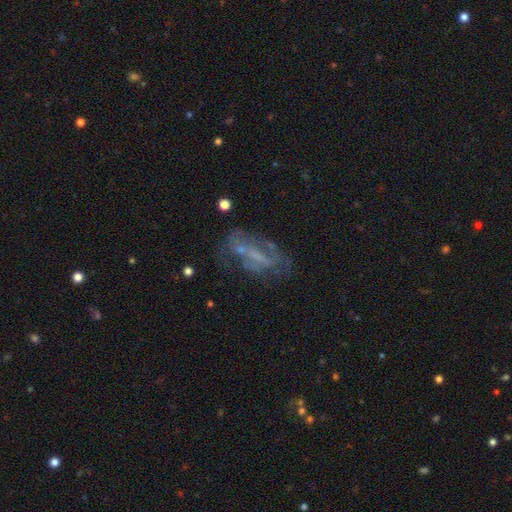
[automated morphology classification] The model was most divided on "bar": no: 42%, weak: 32%, strong: 26%. Remaining: edge-on disk — no (89%); smooth or featured — featured or disk (60%); spiral arms — no (56%); bulge size — none (53%); merging — none (45%).